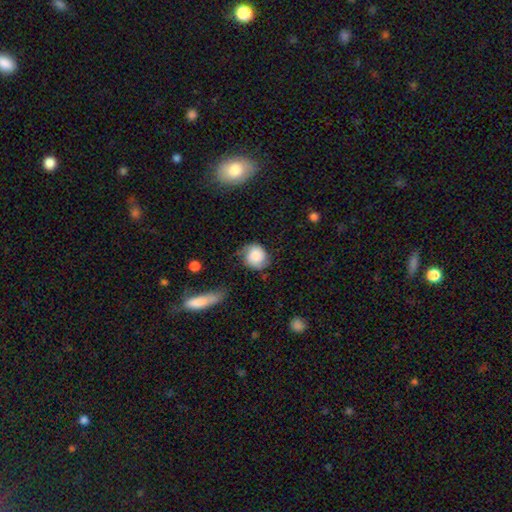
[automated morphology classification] This is possibly a smooth galaxy (58%). How rounded: likely round (77%). Merging: possibly none (55%).